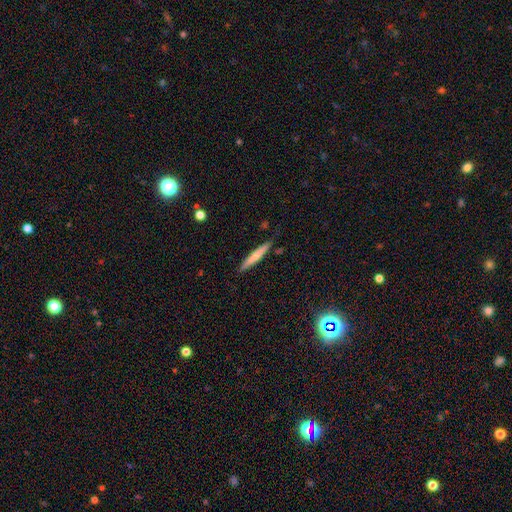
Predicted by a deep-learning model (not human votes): A smooth galaxy with no disk features (62%) that is cigar-shaped (95%).

Vote fractions:
- Smooth or featured? smooth: 62% / featured or disk: 32% / star or artifact: 5%
- How rounded? cigar-shaped: 95% / in between: 4% / round: 1%
- Merging? none: 87% / minor disturbance: 10% / major disturbance: 2% / merger: 2%